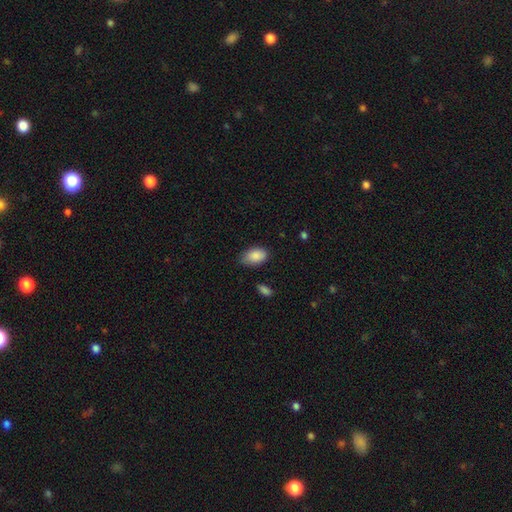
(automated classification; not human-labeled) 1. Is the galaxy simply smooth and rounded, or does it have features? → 87% smooth, 7% star or artifact, 6% featured or disk.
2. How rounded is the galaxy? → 91% in between, 7% round, 1% cigar-shaped.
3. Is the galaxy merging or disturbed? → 71% none, 23% minor disturbance, 4% major disturbance, 2% merger.